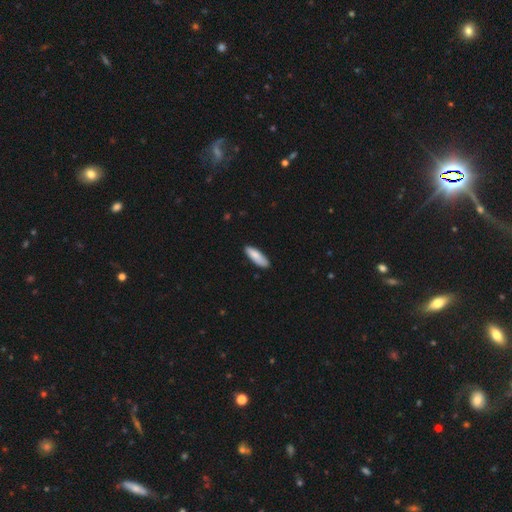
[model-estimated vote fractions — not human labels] This is clearly a smooth galaxy (85%). How rounded: possibly in between (53%). Merging: clearly none (85%).